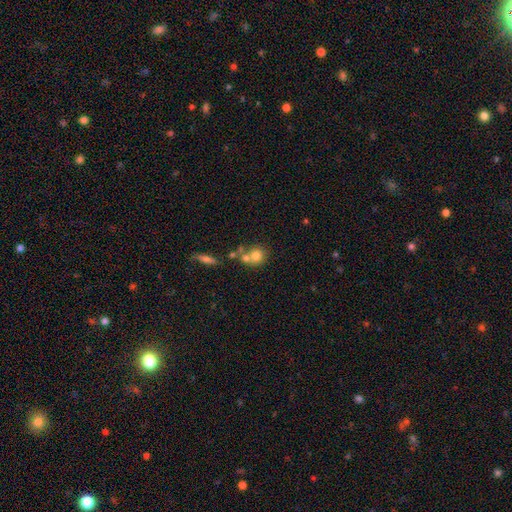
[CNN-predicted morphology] This is likely a smooth galaxy (71%). How rounded: clearly round (83%). Merging: marginally merger (44%).